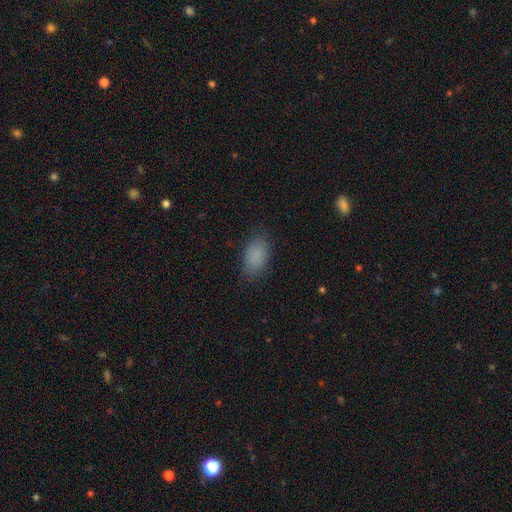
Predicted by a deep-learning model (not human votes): Overall: smooth (87%). How rounded: in between (91%). Merging: none (80%).